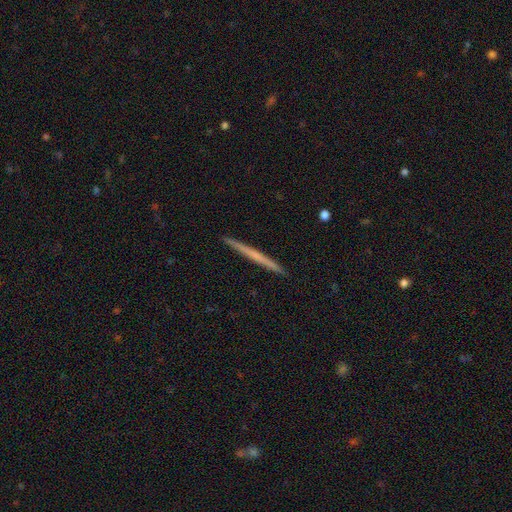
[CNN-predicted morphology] Smooth or featured: featured or disk — 51% (smooth — 44%)
Edge-on disk: yes — 98% (no — 2%)
Merging: none — 93% (minor disturbance — 5%)